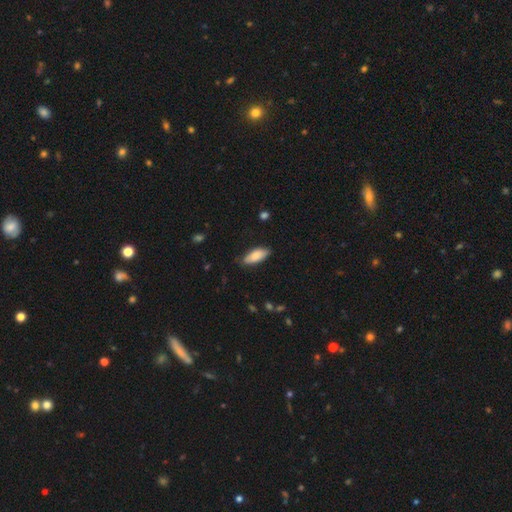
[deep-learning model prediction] A smooth galaxy with no disk features (82%) that is in between round and cigar-shaped (79%).

Vote fractions:
- Smooth or featured? smooth: 82% / featured or disk: 12% / star or artifact: 6%
- How rounded? in between: 79% / cigar-shaped: 19% / round: 2%
- Merging? none: 79% / minor disturbance: 18% / major disturbance: 3% / merger: 1%